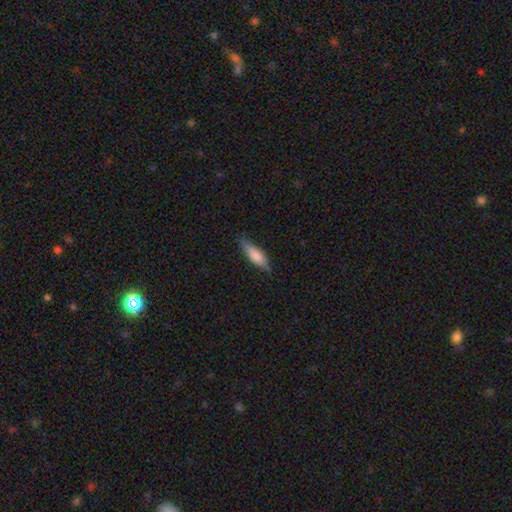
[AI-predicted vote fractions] smooth_or_featured: smooth (p=0.69) [alt: featured or disk p=0.24]
how_rounded: cigar-shaped (p=0.59) [alt: in between p=0.39]
merging: none (p=0.78) [alt: minor disturbance p=0.18]